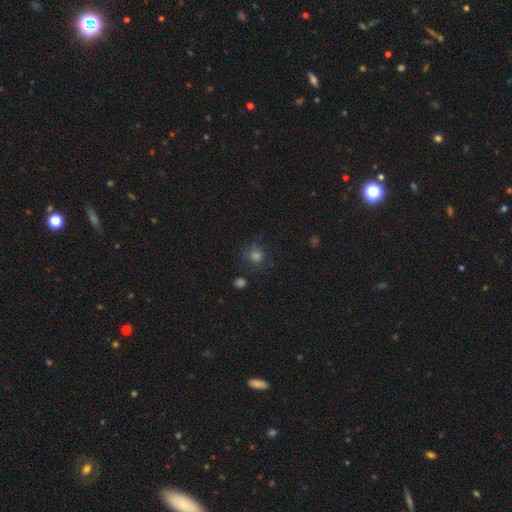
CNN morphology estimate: The model was most divided on "smooth or featured": smooth: 64%, star or artifact: 23%, featured or disk: 13%. More confident: how rounded — round (86%); merging — none (73%).